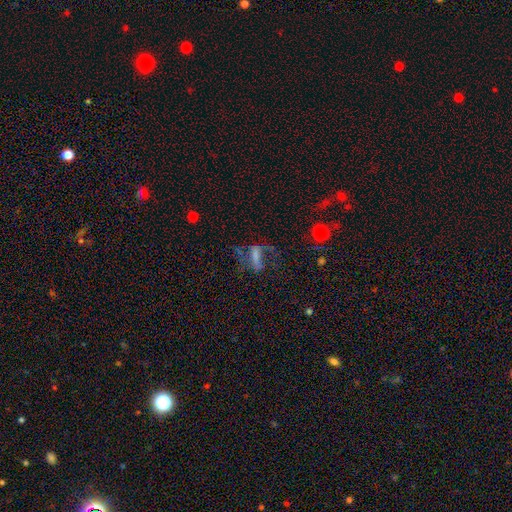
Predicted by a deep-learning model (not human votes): Overall: smooth (42%; featured or disk 40%). Merging: major disturbance (47%; none 30%).